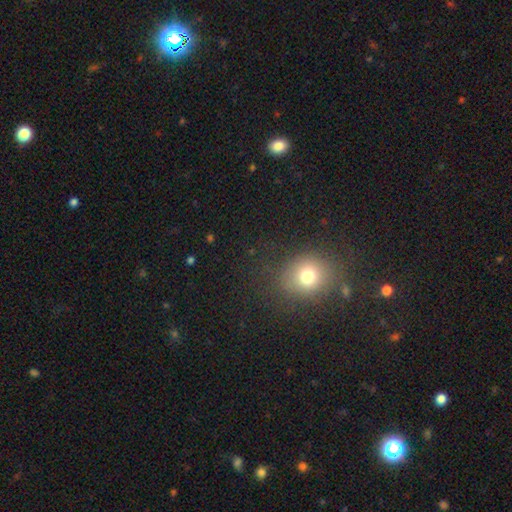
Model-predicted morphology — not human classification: Overall: smooth (67%). How rounded: round (76%). Merging: none (86%).